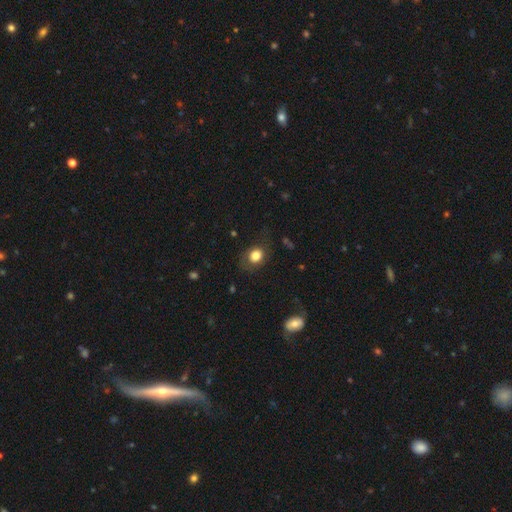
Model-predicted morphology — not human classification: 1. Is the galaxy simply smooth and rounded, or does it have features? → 79% smooth, 12% featured or disk, 9% star or artifact.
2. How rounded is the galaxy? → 59% round, 40% in between, 1% cigar-shaped.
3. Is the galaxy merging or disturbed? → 71% none, 18% minor disturbance, 10% major disturbance, 1% merger.